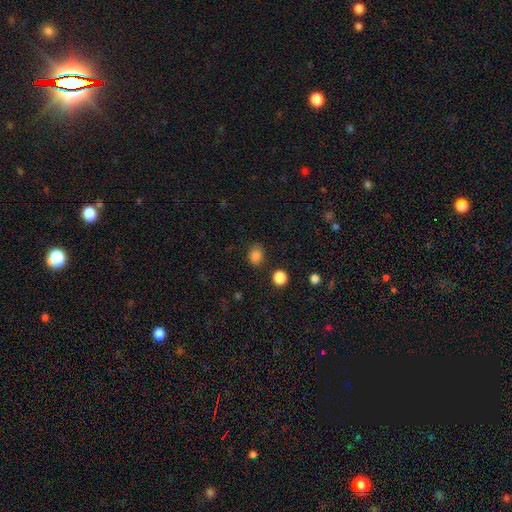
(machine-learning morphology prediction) smooth_or_featured: smooth (p=0.84) [alt: star or artifact p=0.12]
how_rounded: in between (p=0.50) [alt: round p=0.49]
merging: none (p=0.81) [alt: minor disturbance p=0.12]